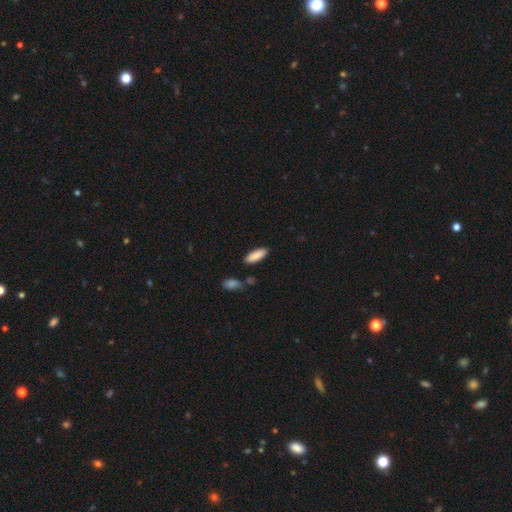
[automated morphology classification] A smooth galaxy with no disk features (88%) that is in between round and cigar-shaped (67%). Merging: none (83%).